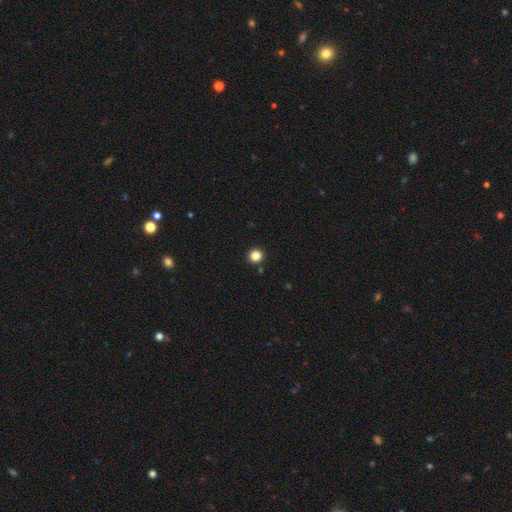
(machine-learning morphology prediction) Smooth or featured: smooth — 84% (star or artifact — 12%)
How rounded: round — 93% (in between — 6%)
Merging: none — 92% (minor disturbance — 5%)